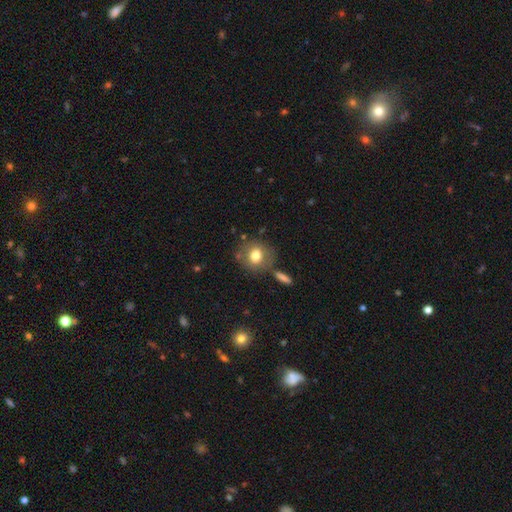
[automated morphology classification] smooth-or-featured: smooth: 74% | featured or disk: 17% | star or artifact: 10%
  how-rounded: round: 78% | in between: 20% | cigar-shaped: 1%
  merging: none: 73% | minor disturbance: 14% | merger: 8% | major disturbance: 5%